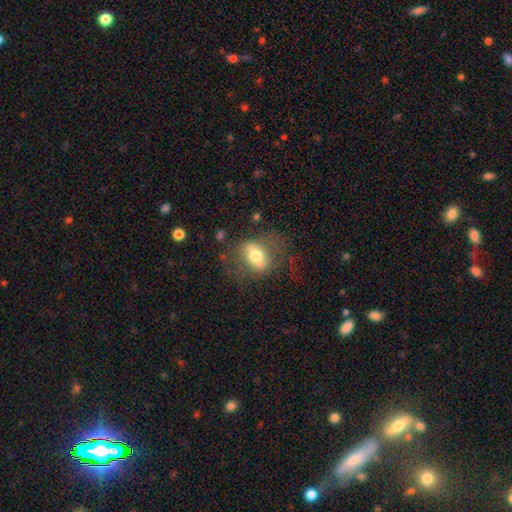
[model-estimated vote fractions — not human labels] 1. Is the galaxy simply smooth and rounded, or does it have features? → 50% smooth, 41% featured or disk, 9% star or artifact.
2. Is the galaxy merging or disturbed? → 57% none, 21% major disturbance, 20% minor disturbance, 2% merger.